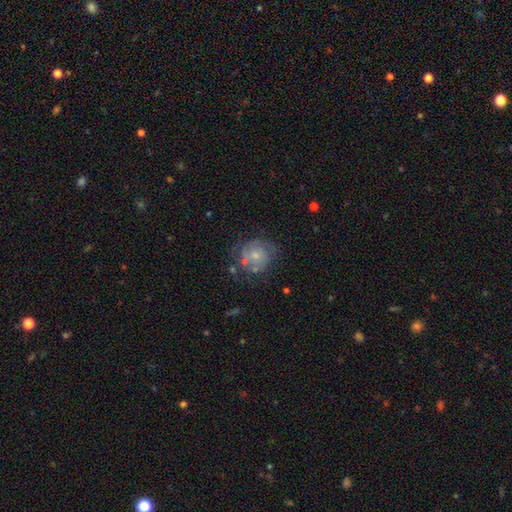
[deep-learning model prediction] smooth-or-featured: featured or disk: 51% | smooth: 41% | star or artifact: 8%
  disk-edge-on: no: 98% | yes: 2%
  merging: none: 55% | minor disturbance: 24% | major disturbance: 14% | merger: 7%